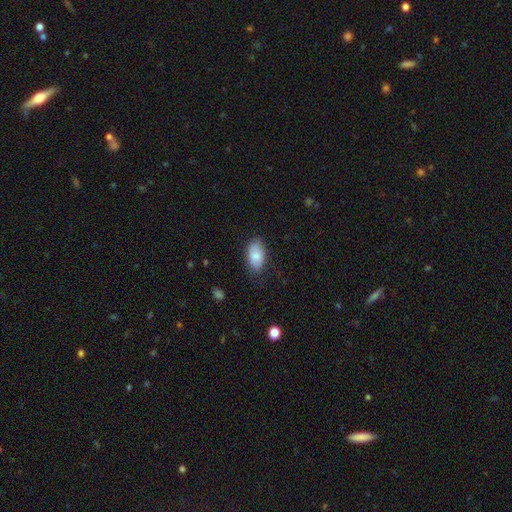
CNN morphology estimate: A smooth galaxy with no disk features (84%) that is in between round and cigar-shaped (94%). Merging: none (76%).